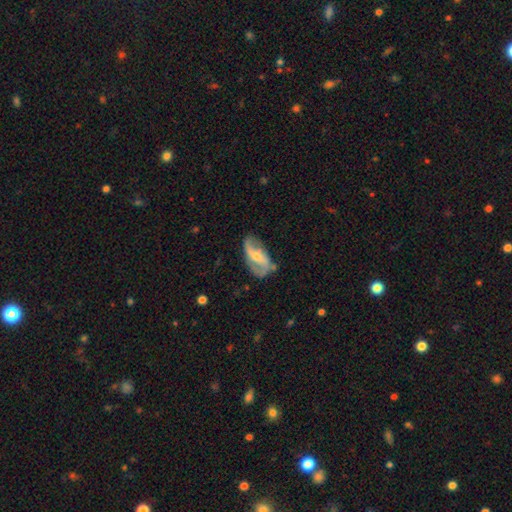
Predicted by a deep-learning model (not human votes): A featured or disk galaxy (77%) with a weak bar (38%), 2 (85%) loose (54%) spiral arms (88%) and a small central bulge (54%). Merging: none (62%).